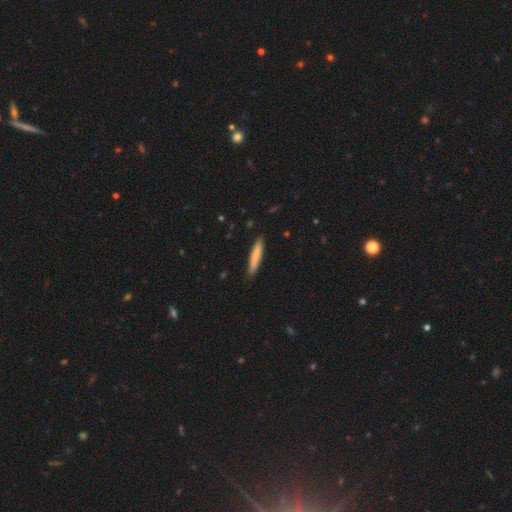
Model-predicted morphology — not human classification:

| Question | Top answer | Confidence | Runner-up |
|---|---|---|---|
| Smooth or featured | smooth | 79% | featured or disk (16%) |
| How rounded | cigar-shaped | 92% | in between (7%) |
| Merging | none | 89% | minor disturbance (9%) |